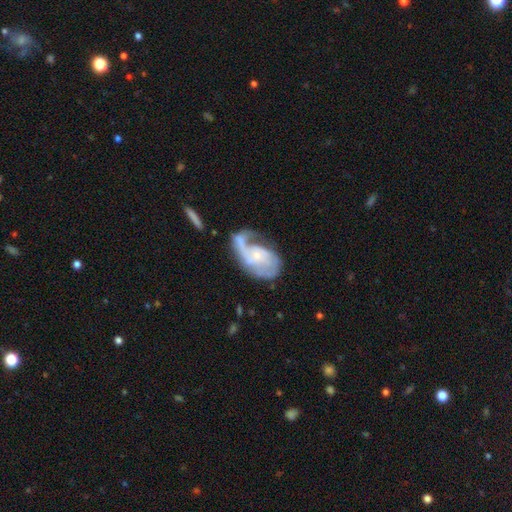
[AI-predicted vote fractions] The model was most divided on "merging": major disturbance: 34%, none: 32%, minor disturbance: 23%, merger: 10%. Remaining: edge-on disk — no (97%); spiral arms — yes (88%); smooth or featured — featured or disk (79%); bulge size — small (71%); bar — no (65%); spiral arm count — 2 (49%); spiral winding — medium (41%).